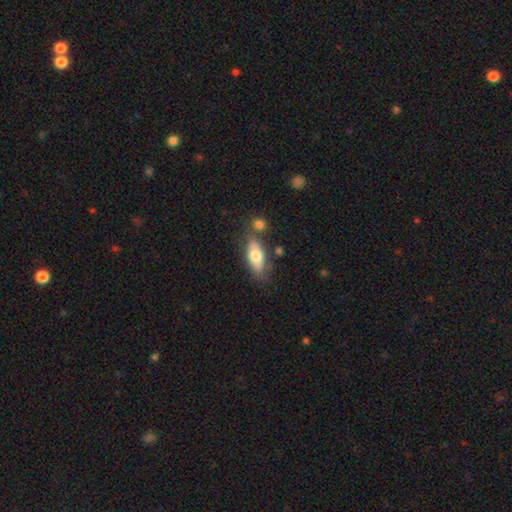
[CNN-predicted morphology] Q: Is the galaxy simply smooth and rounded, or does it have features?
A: smooth — 69%.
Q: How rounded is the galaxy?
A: in between — 80%.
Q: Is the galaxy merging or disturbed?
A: none — 64%.